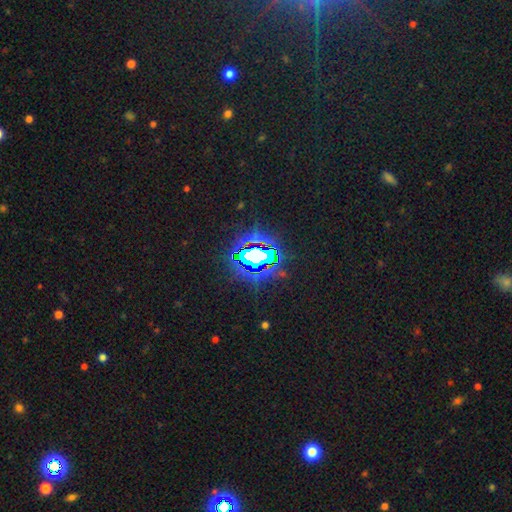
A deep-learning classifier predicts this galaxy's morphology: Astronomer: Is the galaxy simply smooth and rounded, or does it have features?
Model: star or artifact — 72%.